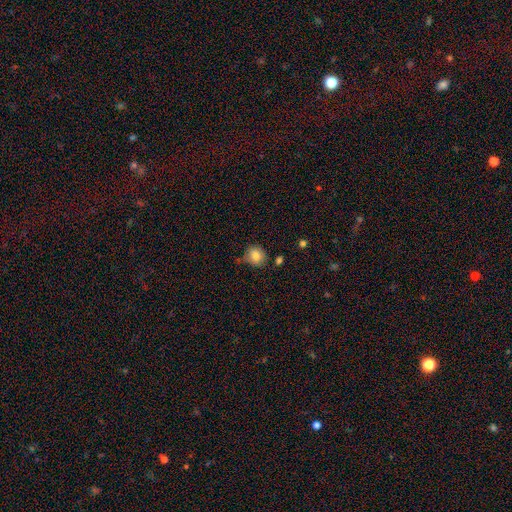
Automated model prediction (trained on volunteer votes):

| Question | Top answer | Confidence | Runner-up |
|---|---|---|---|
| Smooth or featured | smooth | 82% | star or artifact (9%) |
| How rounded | round | 72% | in between (27%) |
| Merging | none | 67% | minor disturbance (22%) |